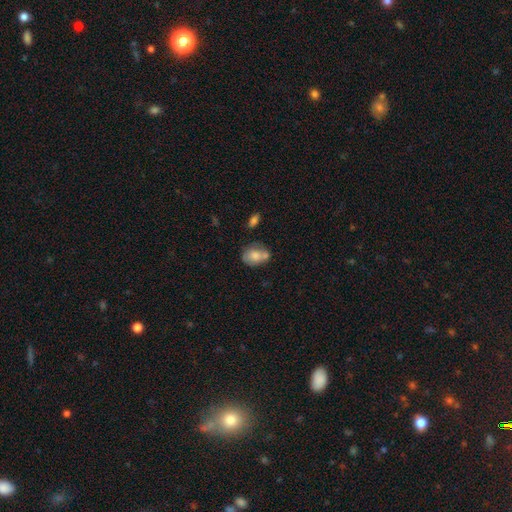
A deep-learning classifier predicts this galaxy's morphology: smooth_or_featured: smooth (p=0.70) [alt: featured or disk p=0.22]
how_rounded: in between (p=0.57) [alt: round p=0.42]
merging: none (p=0.38) [alt: merger p=0.33]